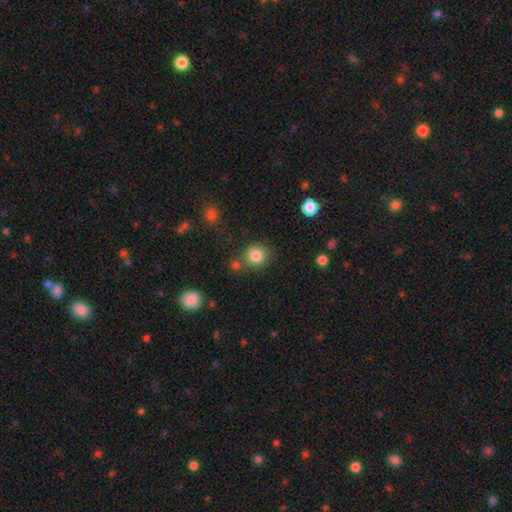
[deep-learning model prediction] smooth_or_featured: smooth (p=0.83) [alt: star or artifact p=0.11]
how_rounded: round (p=0.87) [alt: in between p=0.12]
merging: none (p=0.75) [alt: minor disturbance p=0.11]